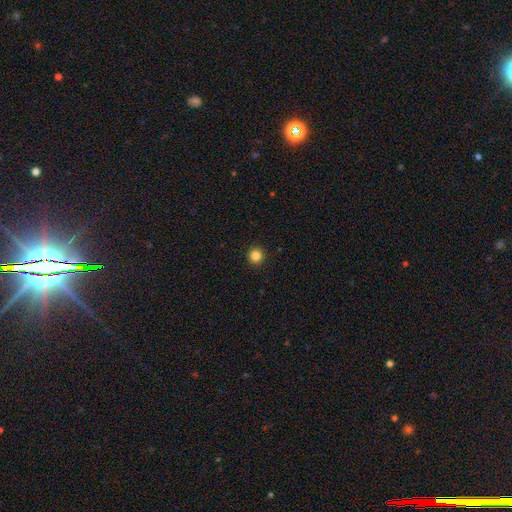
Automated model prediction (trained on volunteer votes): Smooth or featured? smooth (85%)
How rounded? round (95%)
Merging? none (93%)